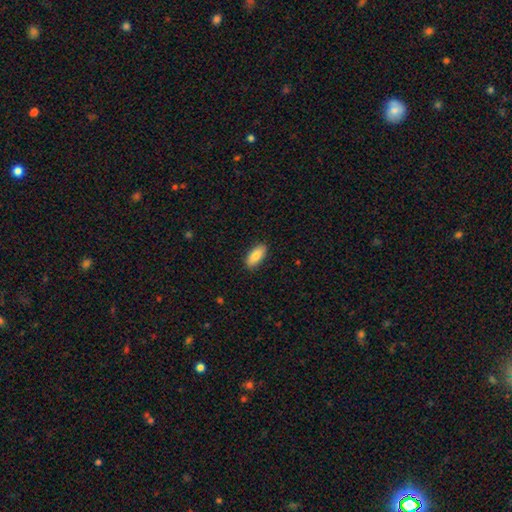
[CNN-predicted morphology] Smooth or featured? Predicted: smooth (p=0.86). How rounded? Predicted: in between (p=0.88). Merging? Predicted: none (p=0.89).